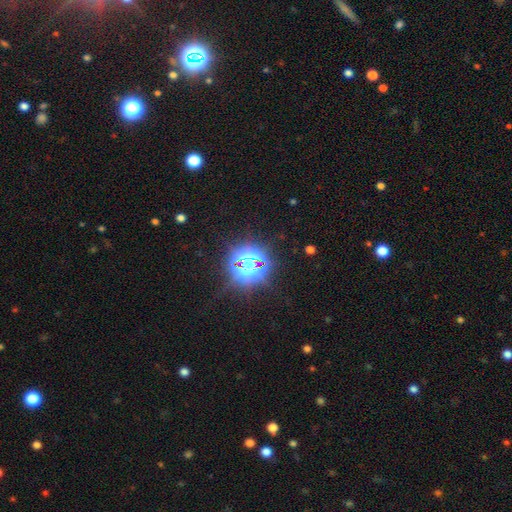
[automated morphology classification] A star or artifact, not a galaxy (82%).